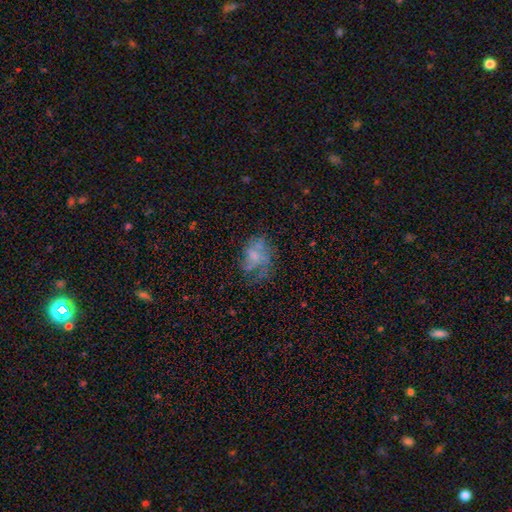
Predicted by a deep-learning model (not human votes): Overall: featured or disk (46%; smooth 38%). Merging: none (42%; major disturbance 32%).